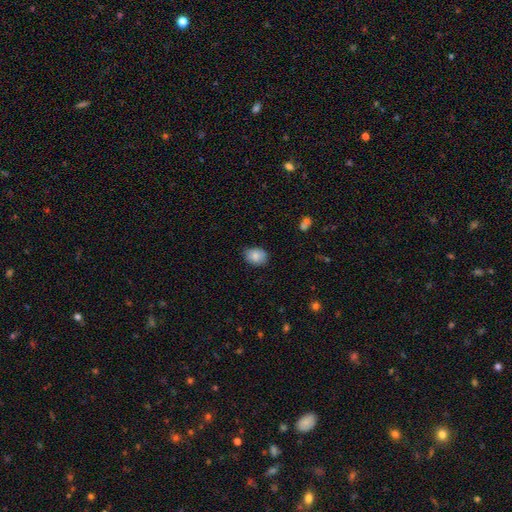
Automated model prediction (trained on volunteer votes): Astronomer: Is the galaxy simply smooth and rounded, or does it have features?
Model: smooth — 85%.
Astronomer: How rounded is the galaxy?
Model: in between — 63%.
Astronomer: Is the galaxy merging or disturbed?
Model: none — 81%.